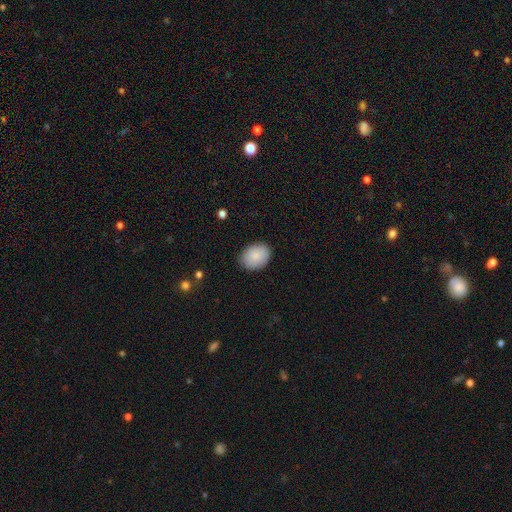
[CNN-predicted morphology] smooth-or-featured: smooth: 88% | star or artifact: 7% | featured or disk: 6%
  how-rounded: in between: 68% | round: 31% | cigar-shaped: 1%
  merging: none: 85% | minor disturbance: 11% | major disturbance: 2% | merger: 1%